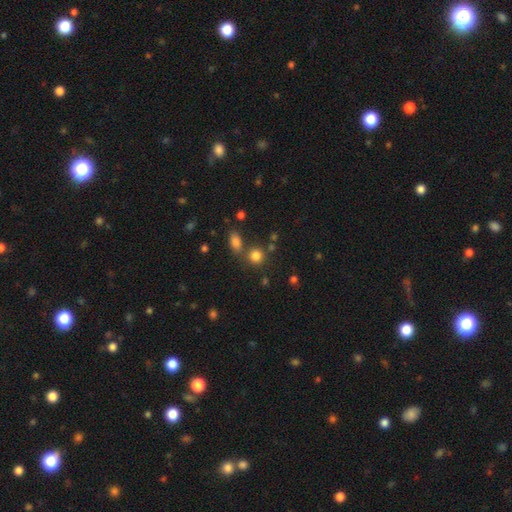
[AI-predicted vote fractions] Morphology: type=smooth (80%); roundness=round (81%); merging=none (66%).